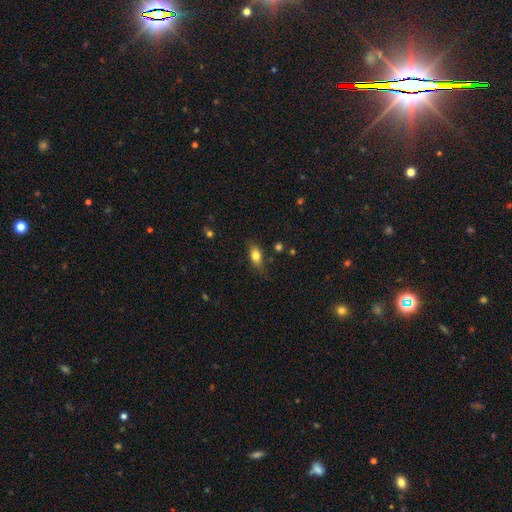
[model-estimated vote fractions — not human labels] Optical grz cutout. It shows a smooth galaxy with no disk features (79%) that is in between round and cigar-shaped (80%). Merging: none (66%).